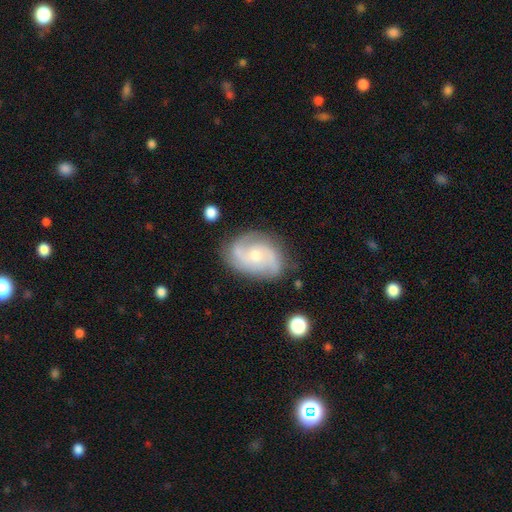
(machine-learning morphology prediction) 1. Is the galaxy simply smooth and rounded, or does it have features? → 82% featured or disk, 12% smooth, 6% star or artifact.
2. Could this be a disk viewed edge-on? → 97% no, 3% yes.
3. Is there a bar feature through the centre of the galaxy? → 65% no, 30% weak, 5% strong.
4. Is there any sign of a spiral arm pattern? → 96% yes, 4% no.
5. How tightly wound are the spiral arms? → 48% medium, 33% tight, 19% loose.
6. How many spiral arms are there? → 50% 2, 27% 3, 13% can't tell, 4% 1, 4% 4, 3% more than 4.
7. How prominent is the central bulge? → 48% small (tied), 48% moderate (tied), 2% large, 1% none, 1% dominant.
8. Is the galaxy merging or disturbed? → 75% none, 17% minor disturbance, 6% major disturbance, 2% merger.